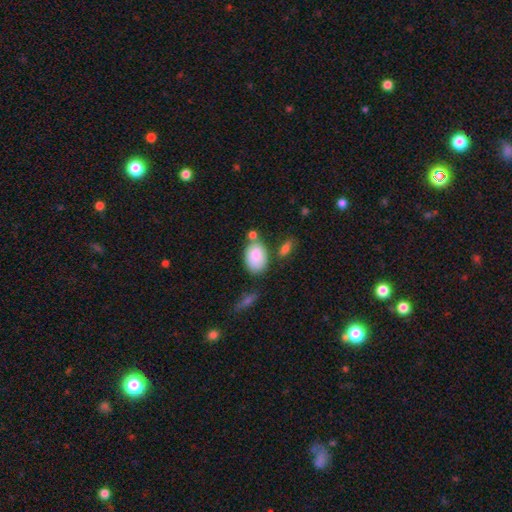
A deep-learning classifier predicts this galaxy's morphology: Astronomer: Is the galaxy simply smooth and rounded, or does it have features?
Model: smooth — 85%.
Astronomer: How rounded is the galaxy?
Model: in between — 88%.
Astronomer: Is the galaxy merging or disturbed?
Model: none — 60%.